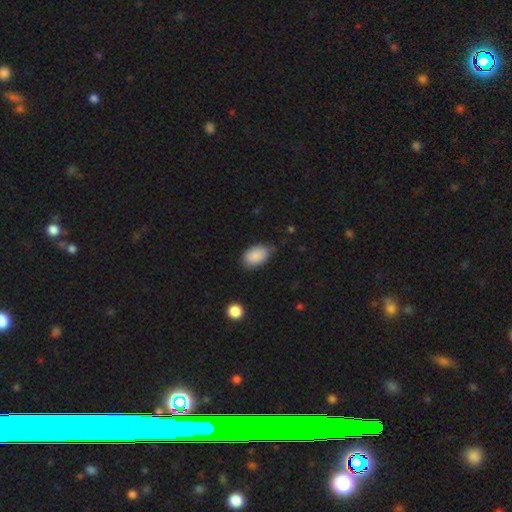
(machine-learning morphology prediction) Smooth or featured: smooth — 87% (star or artifact — 7%)
How rounded: in between — 90% (round — 8%)
Merging: none — 67% (minor disturbance — 26%)